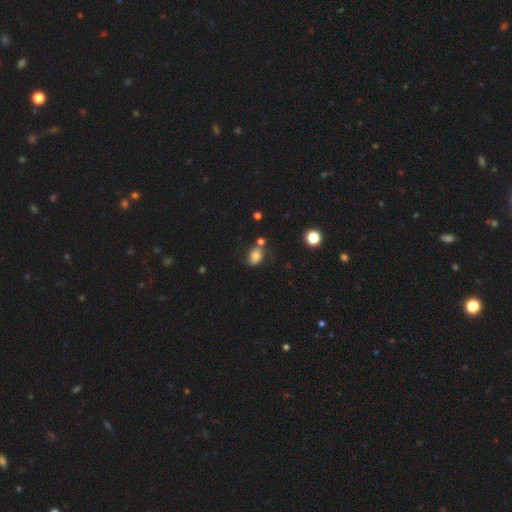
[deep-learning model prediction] This appears to be a smooth galaxy with no disk features (71%) that is in between round and cigar-shaped (77%). Merging: none (58%).